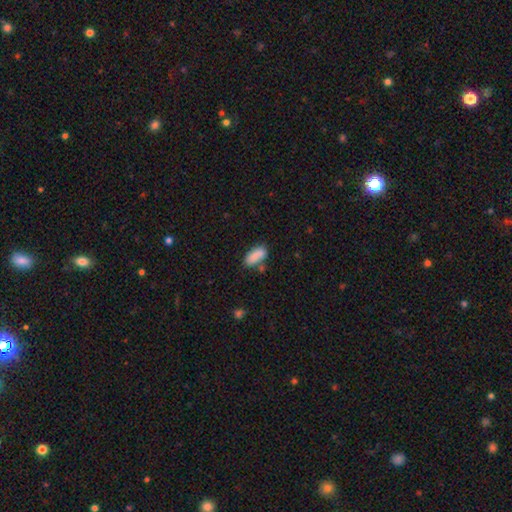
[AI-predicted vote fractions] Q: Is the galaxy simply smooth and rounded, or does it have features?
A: smooth — 85%.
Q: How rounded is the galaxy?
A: in between — 83%.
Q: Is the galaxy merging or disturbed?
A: none — 62%.